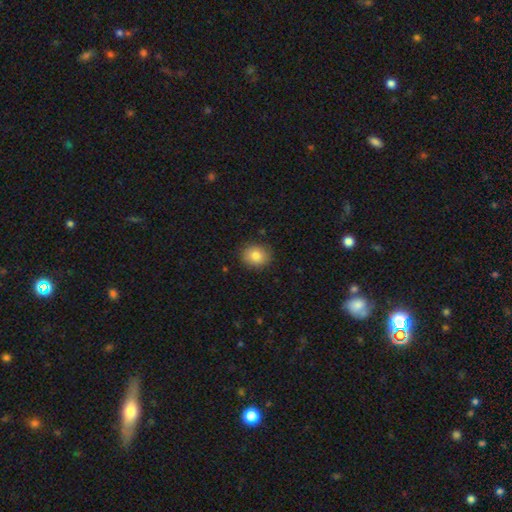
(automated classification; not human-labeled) The model was most divided on "how rounded": round: 68%, in between: 31%, cigar-shaped: 1%. More confident: merging — none (88%); smooth or featured — smooth (83%).